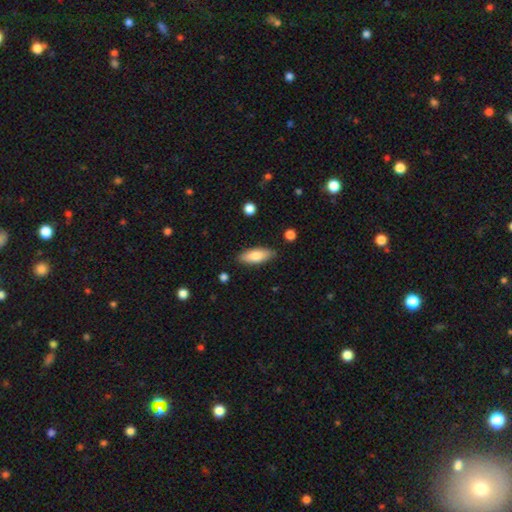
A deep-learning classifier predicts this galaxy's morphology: A smooth galaxy with no disk features (77%) that is in between round and cigar-shaped (73%).

Vote fractions:
- Smooth or featured? smooth: 77% / featured or disk: 17% / star or artifact: 6%
- How rounded? in between: 73% / cigar-shaped: 24% / round: 2%
- Merging? none: 86% / minor disturbance: 11% / major disturbance: 2% / merger: 2%